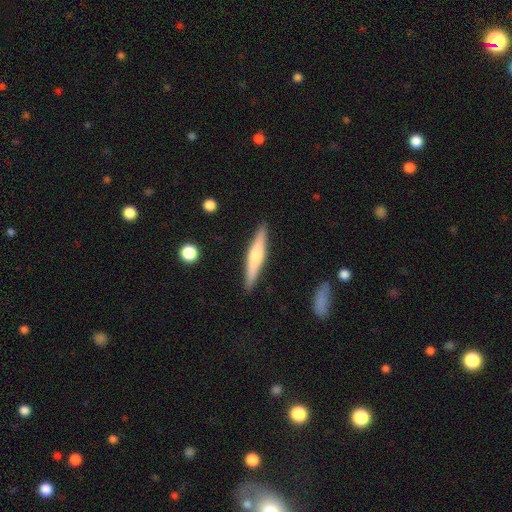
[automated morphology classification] Smooth or featured?
  - featured or disk: 51% *
  - smooth: 43%
  - star or artifact: 6%
Edge-on disk?
  - yes: 96% *
  - no: 4%
Merging?
  - none: 90% *
  - minor disturbance: 7%
  - major disturbance: 2%
  - merger: 1%